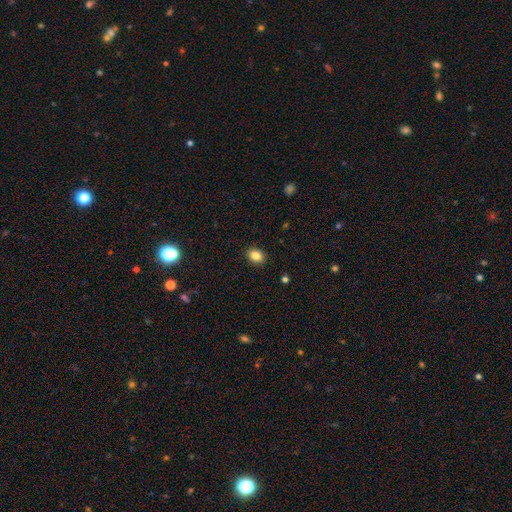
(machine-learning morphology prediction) A smooth galaxy with no disk features (85%) that is in between round and cigar-shaped (65%).

Vote fractions:
- Smooth or featured? smooth: 85% / star or artifact: 10% / featured or disk: 5%
- How rounded? in between: 65% / round: 34% / cigar-shaped: 1%
- Merging? none: 90% / minor disturbance: 7% / major disturbance: 2% / merger: 1%